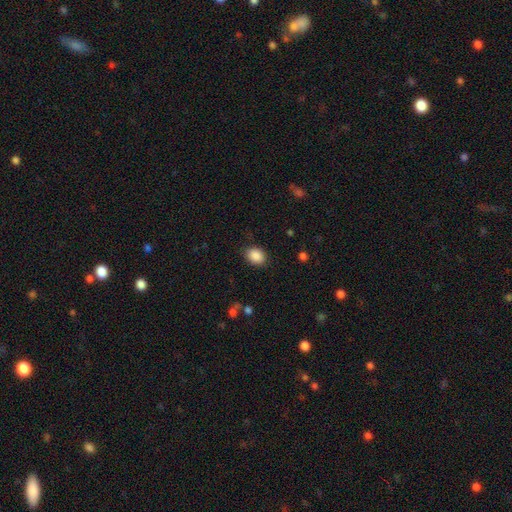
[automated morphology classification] The model was most divided on "how rounded": in between: 62%, round: 37%, cigar-shaped: 1%. More confident: smooth or featured — smooth (89%); merging — none (85%).